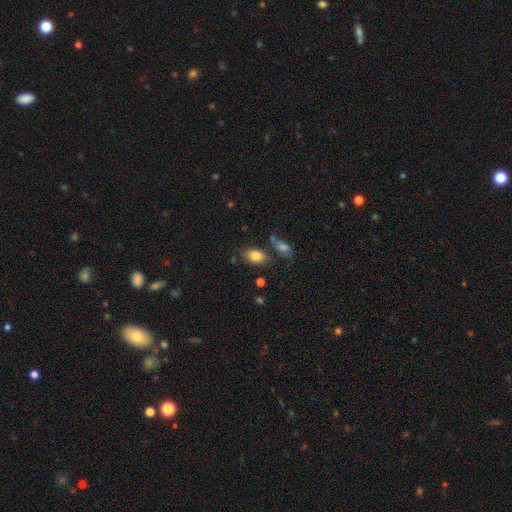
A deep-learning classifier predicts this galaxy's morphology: Q: Smooth or featured?
A: smooth (81%); runner-up: featured or disk (11%)
Q: How rounded?
A: in between (83%); runner-up: round (15%)
Q: Merging?
A: none (65%); runner-up: minor disturbance (17%)